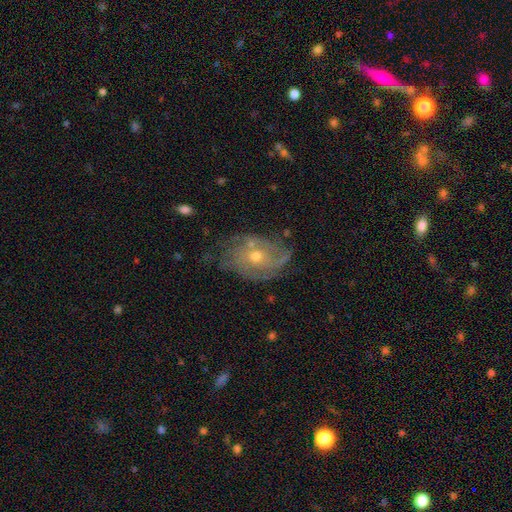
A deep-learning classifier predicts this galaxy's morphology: This is likely a featured or disk galaxy (71%). It is clearly not viewed edge-on (95%). Bar: likely no (79%). Spiral arm pattern: clearly yes (82%). Spiral arm count: possibly can't tell (47%). Spiral winding: possibly tight (53%). Central bulge: possibly moderate (56%). Merging: likely none (67%).